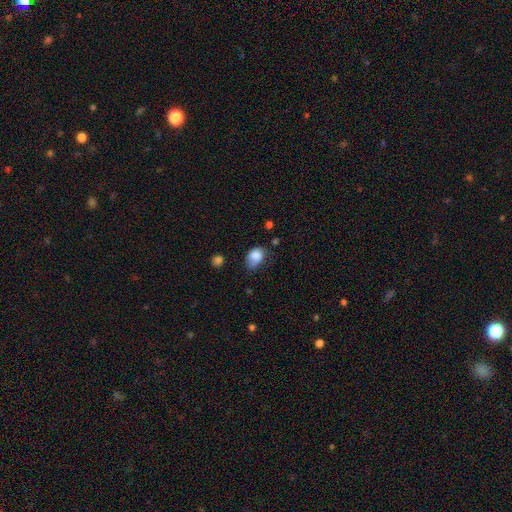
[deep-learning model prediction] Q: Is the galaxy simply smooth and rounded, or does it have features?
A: smooth — 83%.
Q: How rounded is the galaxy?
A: in between — 77%.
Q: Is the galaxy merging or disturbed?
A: minor disturbance — 42%.